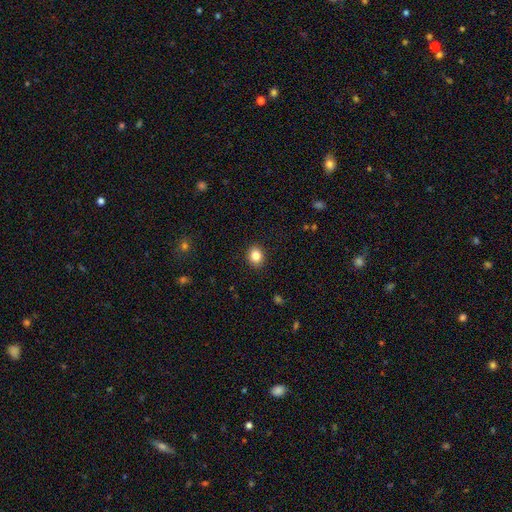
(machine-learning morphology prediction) smooth 85%, star or artifact 10%, featured or disk 5%. Down the decision tree: how rounded — round (61%); merging — none (91%).